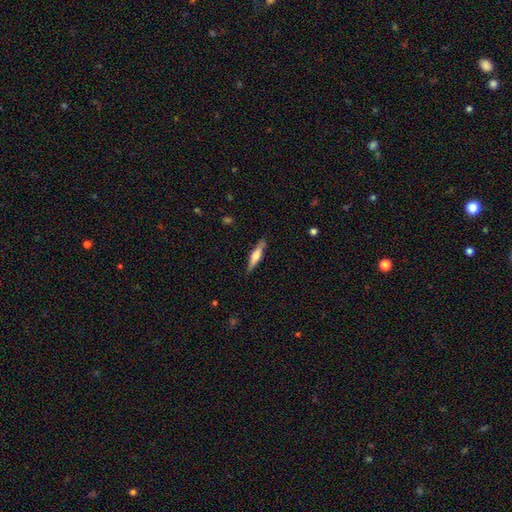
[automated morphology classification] A featured or disk galaxy (48%). Merging: none (82%).